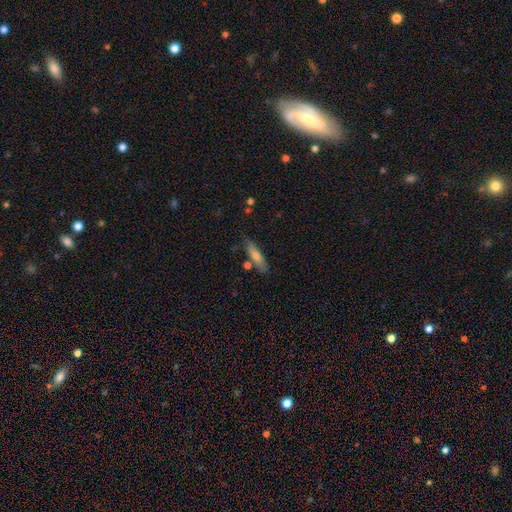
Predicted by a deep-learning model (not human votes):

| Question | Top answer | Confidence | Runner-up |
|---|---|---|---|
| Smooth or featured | smooth | 63% | featured or disk (29%) |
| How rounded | cigar-shaped | 74% | in between (24%) |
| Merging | none | 77% | minor disturbance (14%) |